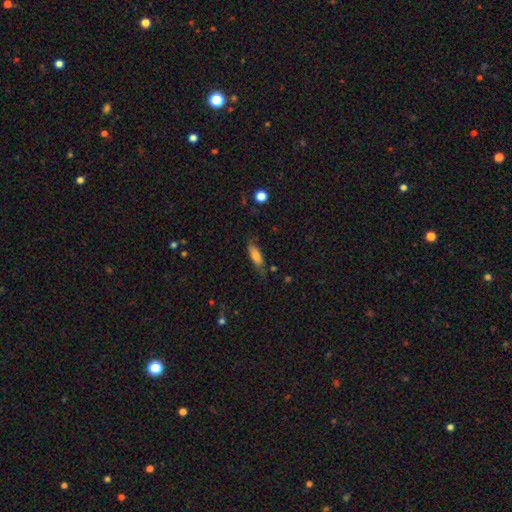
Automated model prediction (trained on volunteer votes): smooth 72%, featured or disk 20%, star or artifact 8%. Down the decision tree: how rounded — in between (55%); merging — none (65%).